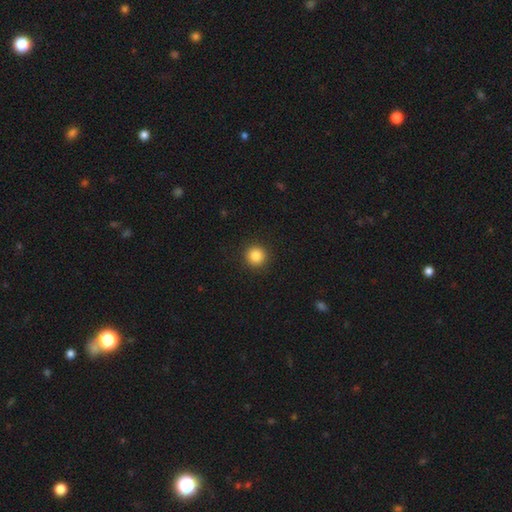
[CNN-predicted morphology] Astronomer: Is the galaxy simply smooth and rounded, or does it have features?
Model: smooth — 85%.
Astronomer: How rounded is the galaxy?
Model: round — 94%.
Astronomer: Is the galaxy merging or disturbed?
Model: none — 92%.